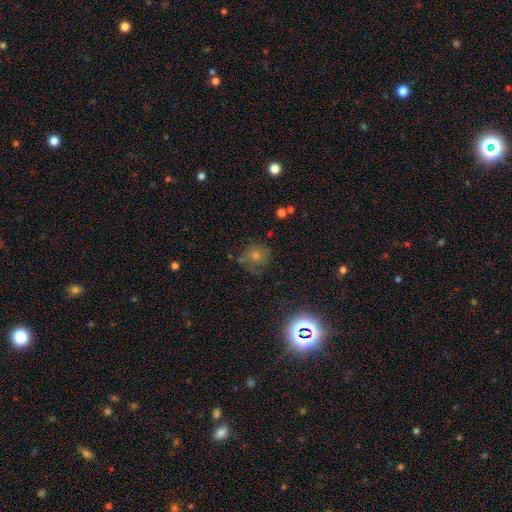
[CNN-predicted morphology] Smooth or featured? smooth (43%)
Merging? none (76%)